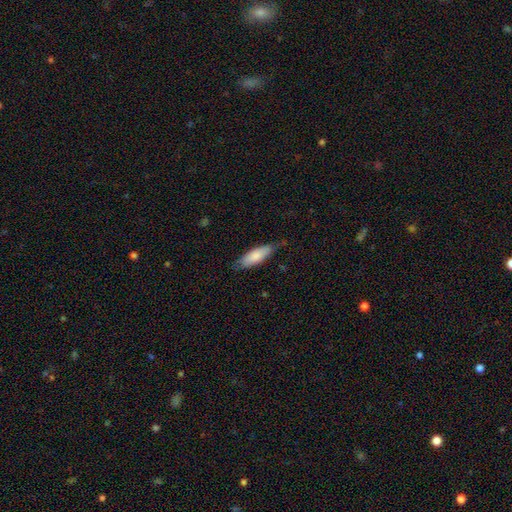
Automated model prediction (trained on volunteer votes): A smooth galaxy with no disk features (81%) that is in between round and cigar-shaped (65%). Merging: none (69%).